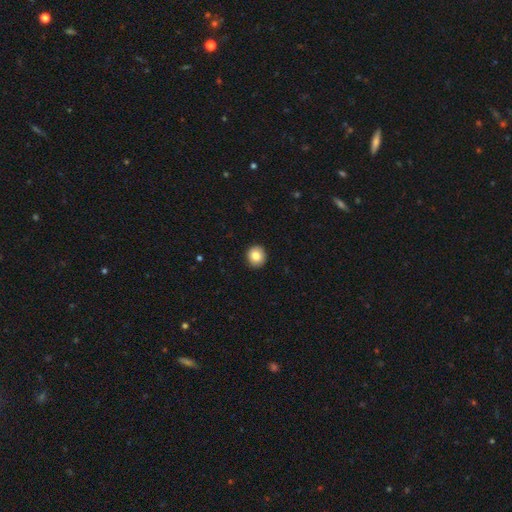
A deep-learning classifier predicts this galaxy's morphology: Smooth or featured? smooth (84%)
How rounded? round (90%)
Merging? none (92%)